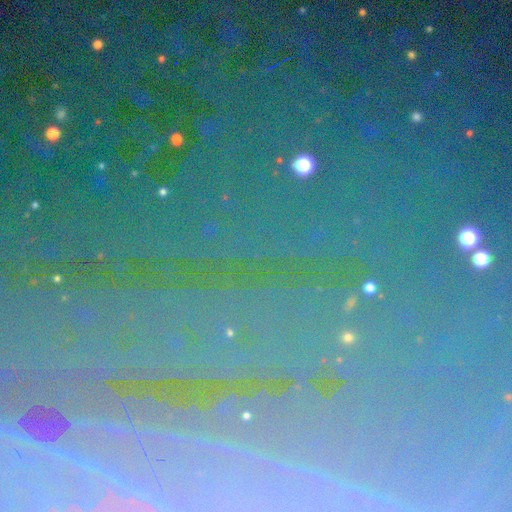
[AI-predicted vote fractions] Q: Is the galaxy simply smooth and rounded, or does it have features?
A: star or artifact — 77%.